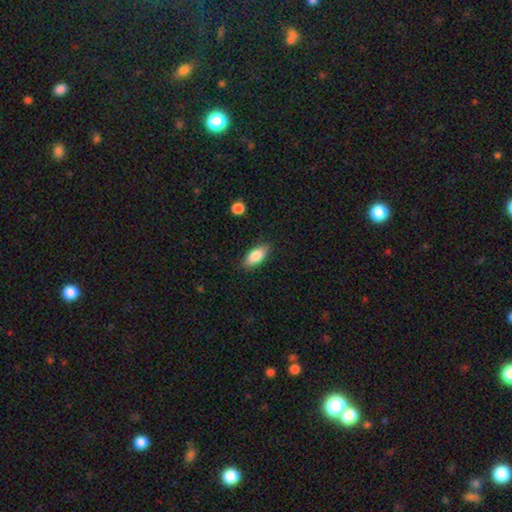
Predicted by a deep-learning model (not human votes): Morphology: type=smooth (82%); roundness=in between (85%); merging=none (85%).